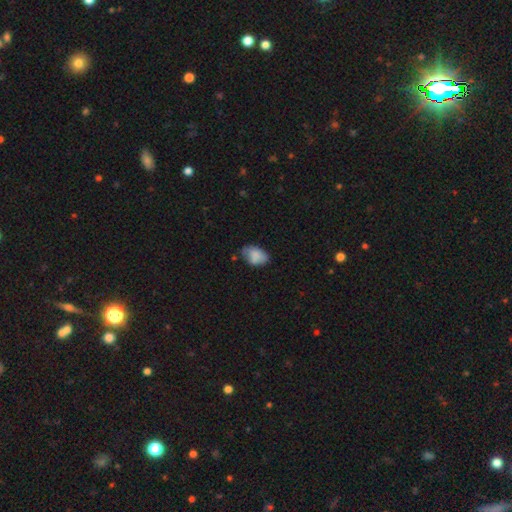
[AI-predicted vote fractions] Smooth or featured? Predicted: smooth (p=0.77). How rounded? Predicted: in between (p=0.85). Merging? Predicted: none (p=0.55).